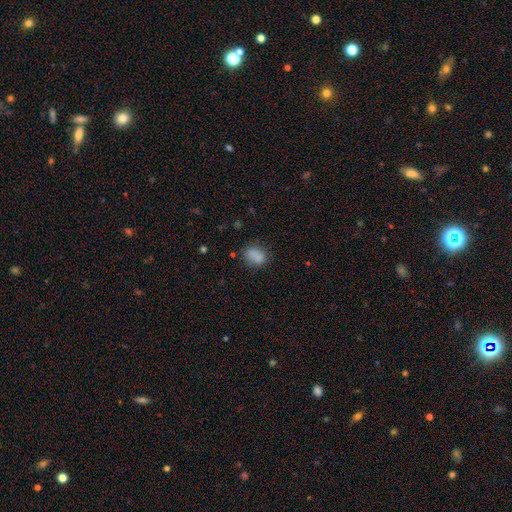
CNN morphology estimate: Smooth or featured? Predicted: smooth (p=0.82). How rounded? Predicted: in between (p=0.65). Merging? Predicted: none (p=0.67).